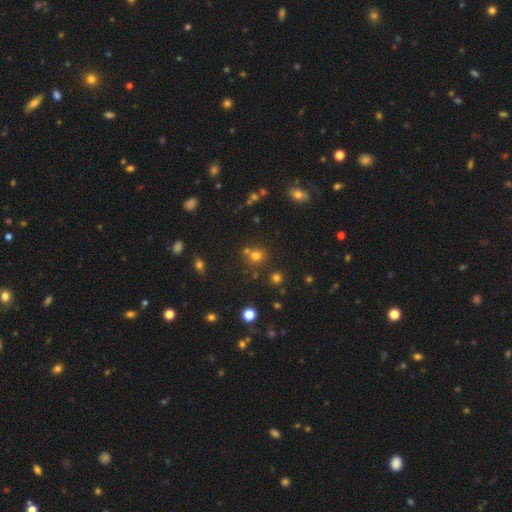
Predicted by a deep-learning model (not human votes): smooth_or_featured: smooth (p=0.66) [alt: star or artifact p=0.25]
how_rounded: round (p=0.85) [alt: in between p=0.14]
merging: none (p=0.65) [alt: merger p=0.23]